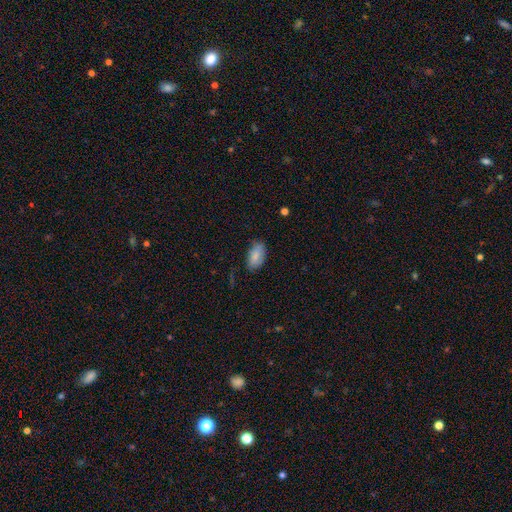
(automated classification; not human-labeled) Morphology: type=smooth (84%); roundness=in between (93%); merging=none (72%).